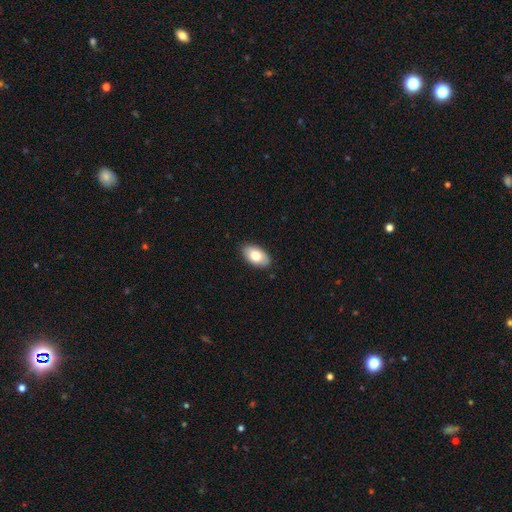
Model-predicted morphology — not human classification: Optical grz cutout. It shows a smooth galaxy with no disk features (80%) that is in between round and cigar-shaped (94%). Merging: none (87%).